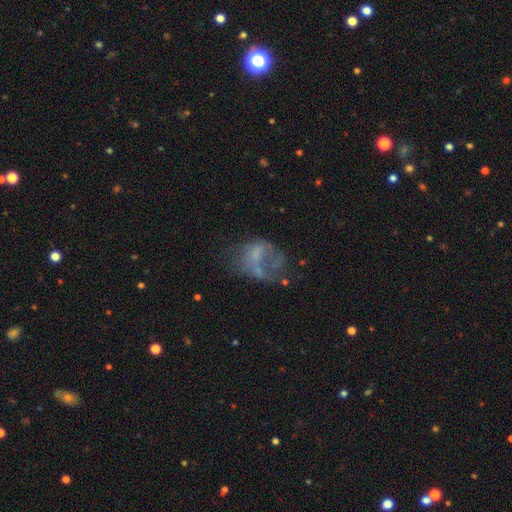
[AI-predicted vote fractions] This is possibly a featured or disk galaxy (51%). It is clearly not viewed edge-on (98%). Bar: clearly no (82%). Spiral arm pattern: likely no (78%). Central bulge: likely none (68%). Merging: possibly major disturbance (45%).